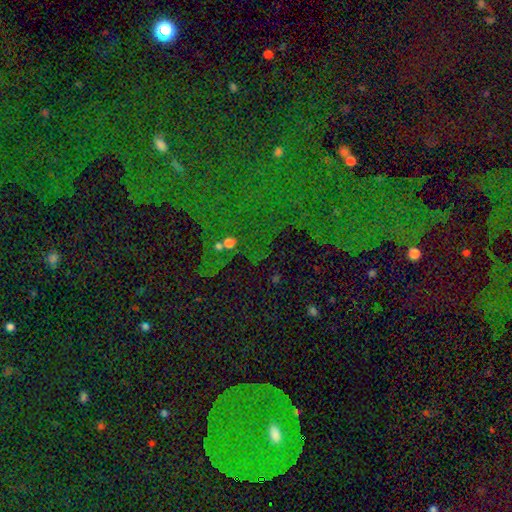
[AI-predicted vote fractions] Smooth or featured: star or artifact — 74% (smooth — 16%)